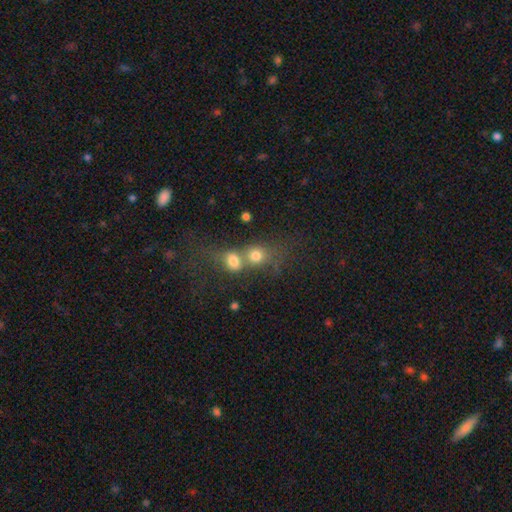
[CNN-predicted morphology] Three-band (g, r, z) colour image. It shows a smooth galaxy with no disk features (75%) that is round (73%). Merging: merger (61%).